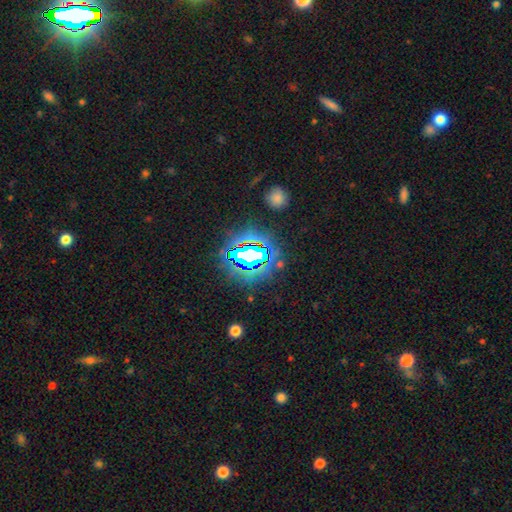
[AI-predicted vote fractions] Morphology: type=star or artifact (80%).